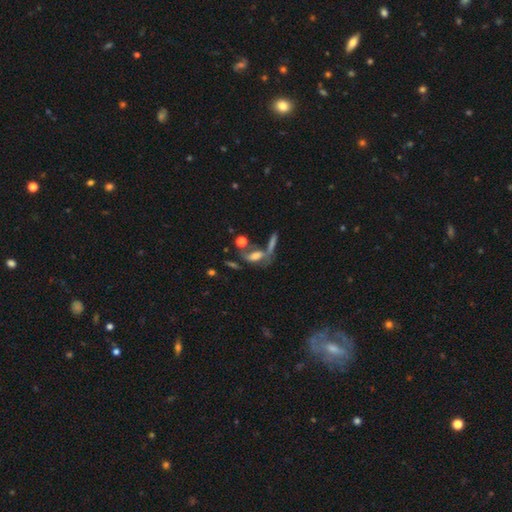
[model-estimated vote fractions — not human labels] Smooth or featured? featured or disk (44%)
Merging? none (34%)